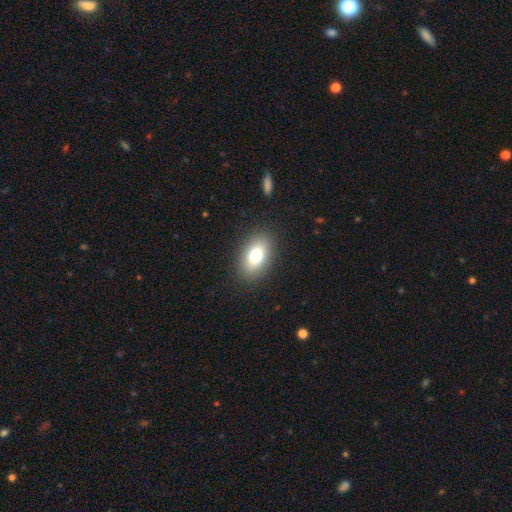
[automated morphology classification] This appears to be a smooth galaxy with no disk features (78%) that is in between round and cigar-shaped (89%). Merging: none (87%).